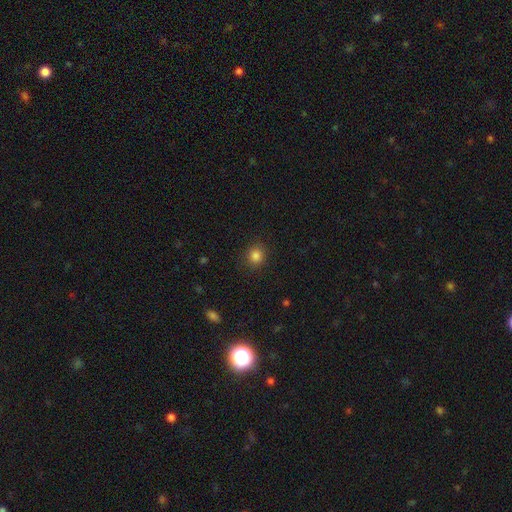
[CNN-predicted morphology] smooth_or_featured: smooth (p=0.84) [alt: star or artifact p=0.12]
how_rounded: round (p=0.87) [alt: in between p=0.12]
merging: none (p=0.89) [alt: minor disturbance p=0.07]